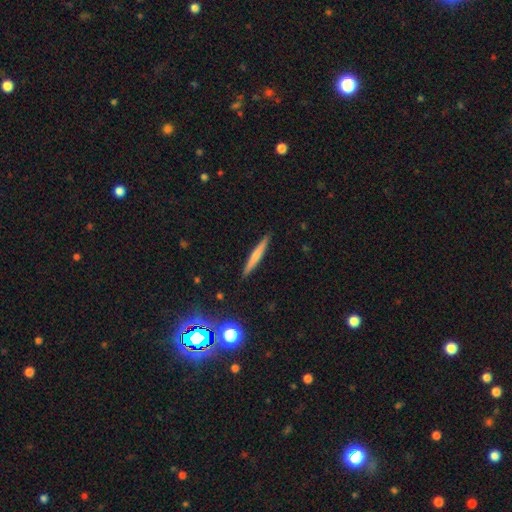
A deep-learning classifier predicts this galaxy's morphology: A smooth galaxy with no disk features (56%) that is cigar-shaped (95%). Merging: none (91%).